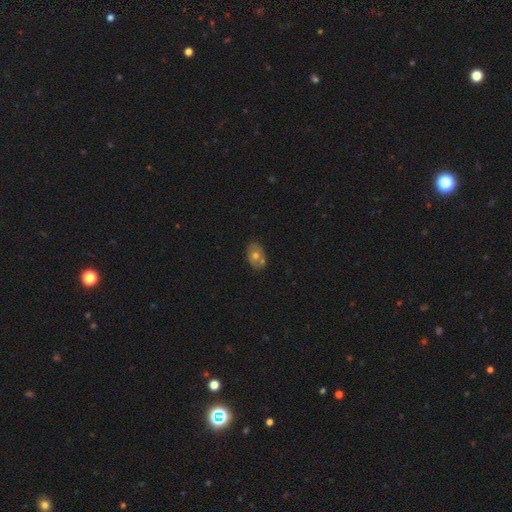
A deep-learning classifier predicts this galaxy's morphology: smooth-or-featured: smooth: 57% | featured or disk: 31% | star or artifact: 12%
  how-rounded: in between: 75% | round: 24% | cigar-shaped: 1%
  merging: none: 63% | merger: 17% | minor disturbance: 16% | major disturbance: 4%